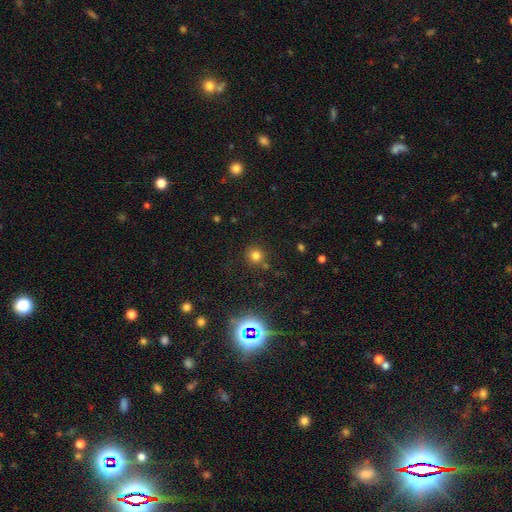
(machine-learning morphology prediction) smooth 73%, star or artifact 21%, featured or disk 7%. Down the decision tree: how rounded — round (92%); merging — none (81%).